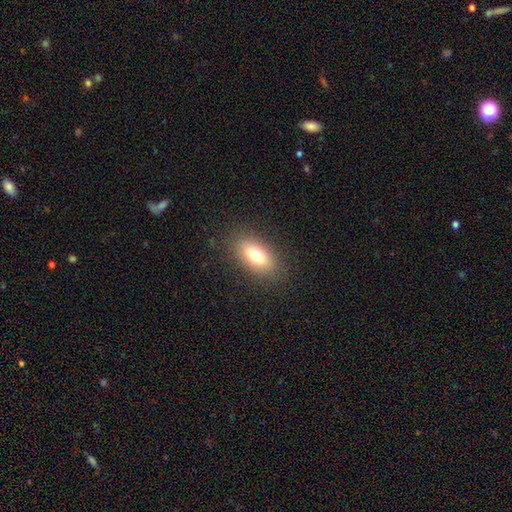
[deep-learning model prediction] Smooth or featured? Predicted: smooth (p=0.75). How rounded? Predicted: in between (p=0.86). Merging? Predicted: none (p=0.86).